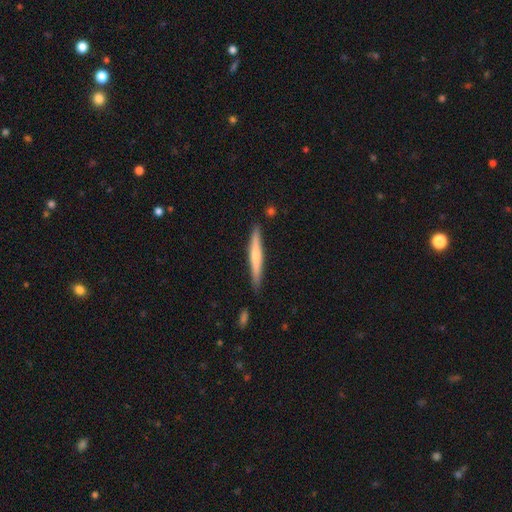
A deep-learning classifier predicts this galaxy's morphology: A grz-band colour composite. It shows a smooth galaxy with no disk features (50%) that is cigar-shaped (95%). Merging: none (87%).